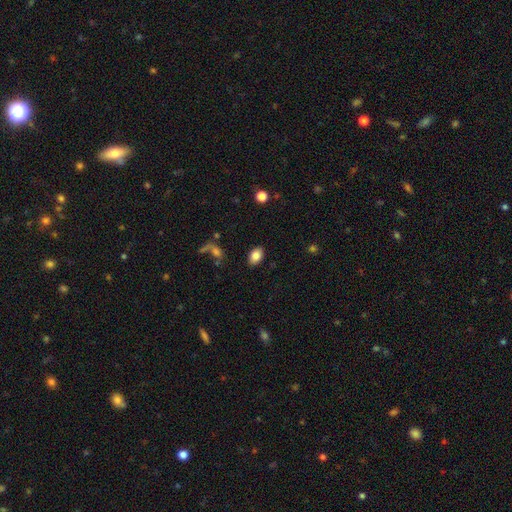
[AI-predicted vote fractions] This appears to be a smooth galaxy with no disk features (84%) that is in between round and cigar-shaped (88%). Merging: none (87%).